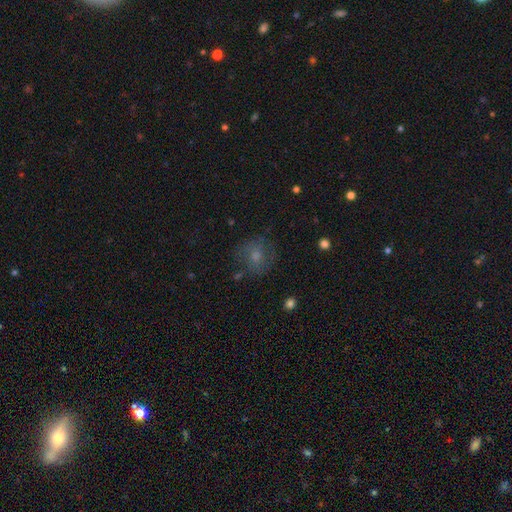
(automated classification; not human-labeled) Overall: smooth (60%; featured or disk 26%). How rounded: round (81%). Merging: none (68%).